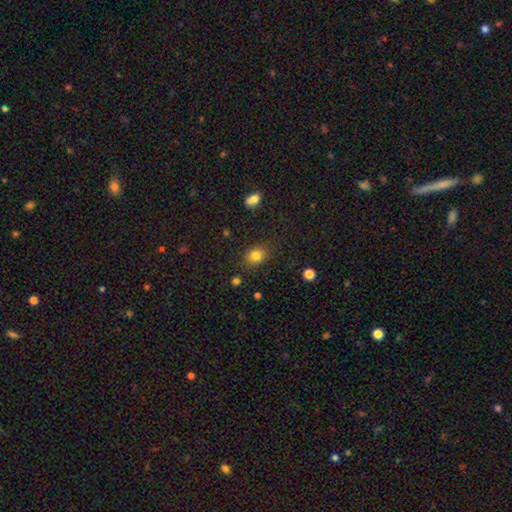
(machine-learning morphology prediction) Smooth or featured?
  - smooth: 81% *
  - star or artifact: 12%
  - featured or disk: 6%
How rounded?
  - round: 59% *
  - in between: 40%
  - cigar-shaped: 1%
Merging?
  - none: 83% *
  - minor disturbance: 12%
  - major disturbance: 3%
  - merger: 2%